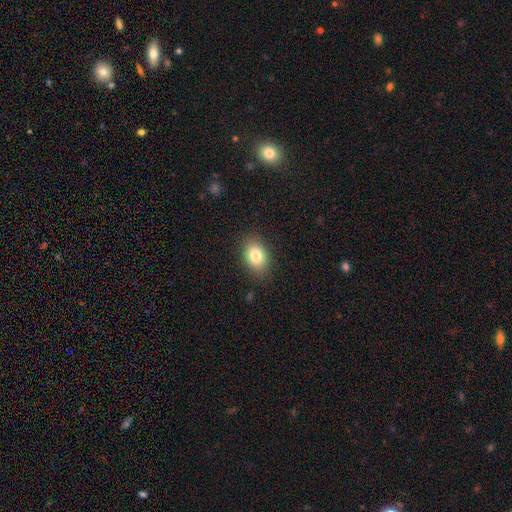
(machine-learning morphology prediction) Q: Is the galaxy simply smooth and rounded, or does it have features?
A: smooth — 82%.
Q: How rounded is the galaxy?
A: in between — 78%.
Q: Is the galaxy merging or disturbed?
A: none — 85%.